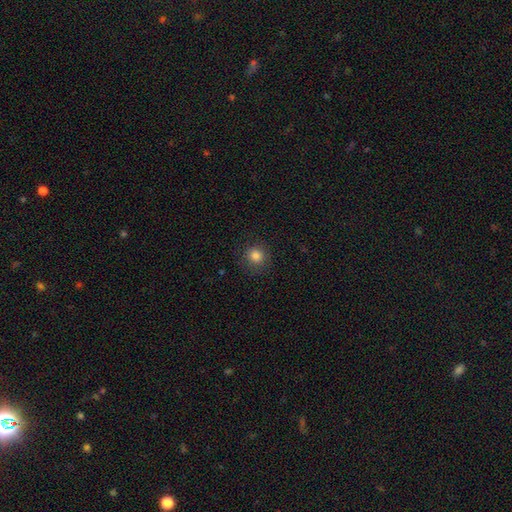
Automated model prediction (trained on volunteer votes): smooth_or_featured: smooth (p=0.84) [alt: star or artifact p=0.11]
how_rounded: round (p=0.92) [alt: in between p=0.07]
merging: none (p=0.88) [alt: minor disturbance p=0.08]